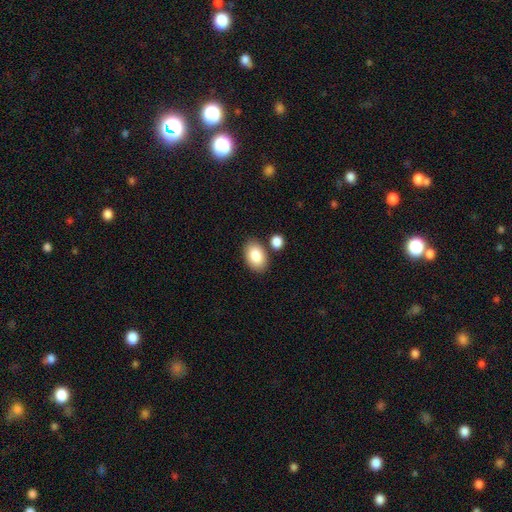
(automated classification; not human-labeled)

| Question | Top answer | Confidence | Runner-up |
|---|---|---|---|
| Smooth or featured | smooth | 86% | featured or disk (7%) |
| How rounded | in between | 90% | round (9%) |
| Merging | none | 78% | minor disturbance (11%) |